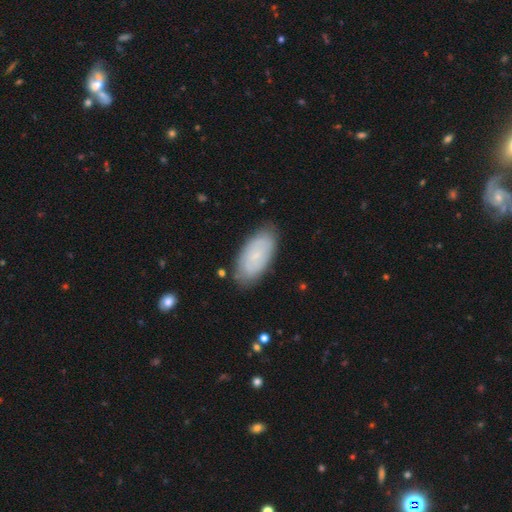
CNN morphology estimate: Smooth or featured? smooth (55%)
How rounded? in between (93%)
Merging? none (80%)